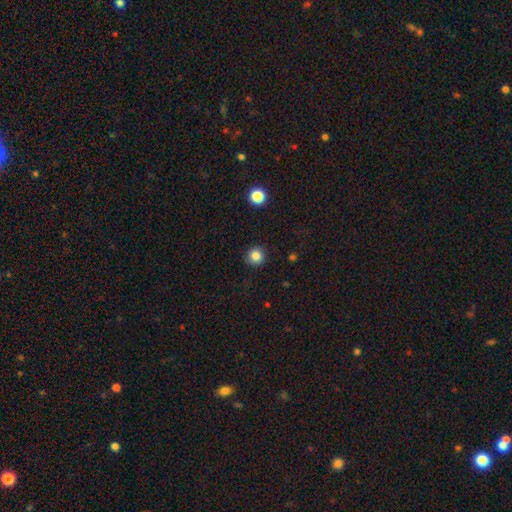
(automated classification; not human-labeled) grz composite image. It shows a smooth galaxy with no disk features (84%) that is round (94%). Merging: none (91%).